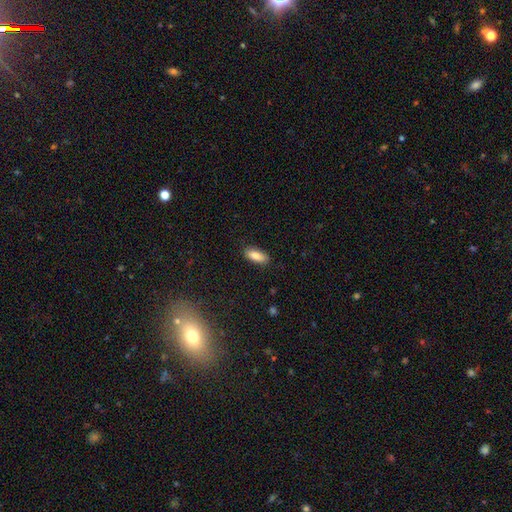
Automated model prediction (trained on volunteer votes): The model was most divided on "how rounded": in between: 81%, cigar-shaped: 17%, round: 2%. More confident: merging — none (88%); smooth or featured — smooth (83%).